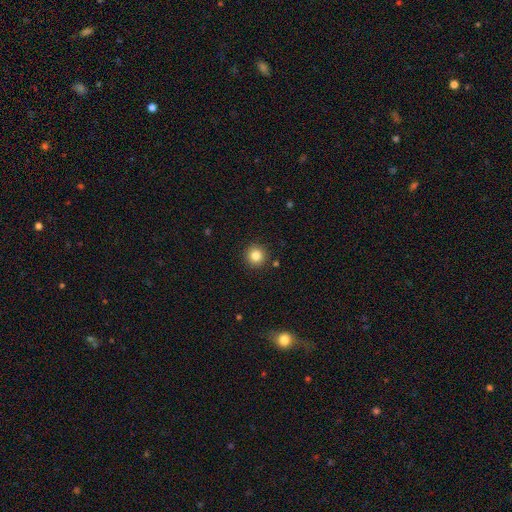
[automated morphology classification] smooth 84%, star or artifact 11%, featured or disk 5%. Down the decision tree: how rounded — round (95%); merging — none (91%).